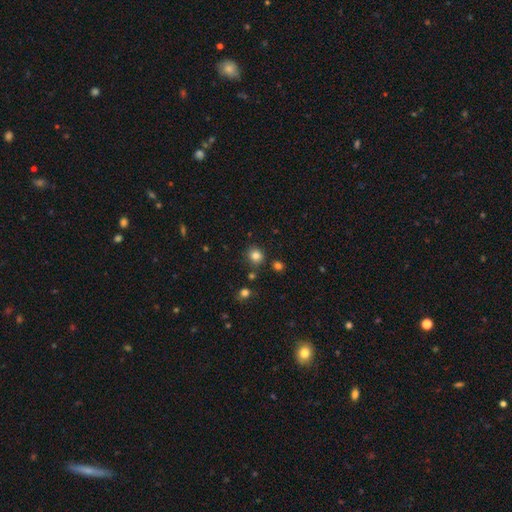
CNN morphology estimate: Smooth or featured? Predicted: smooth (p=0.82). How rounded? Predicted: round (p=0.83). Merging? Predicted: none (p=0.83).